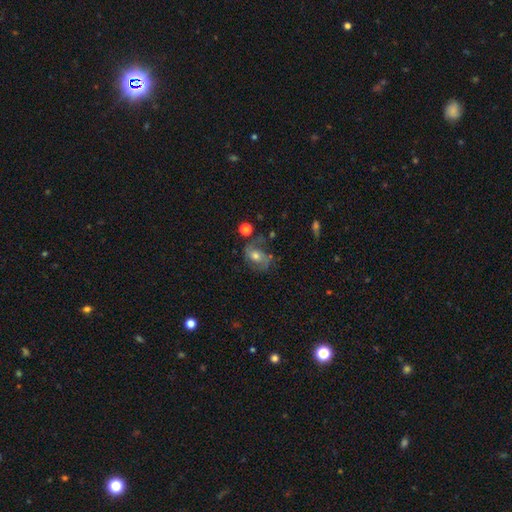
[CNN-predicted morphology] type=featured or disk (61%); edge-on=no (96%); bar=no (64%); spiral arms=yes (83%); bulge=moderate (64%); merging=none (54%).